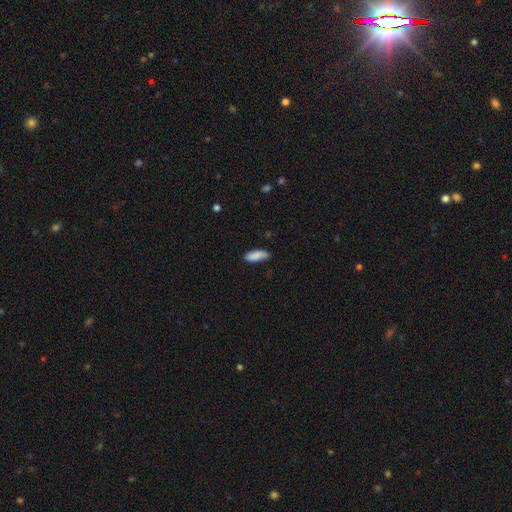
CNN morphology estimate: smooth 85%, featured or disk 9%, star or artifact 6%. Down the decision tree: how rounded — in between (70%); merging — none (70%).